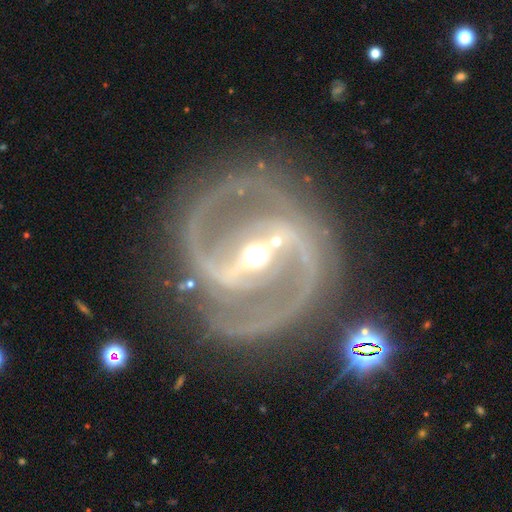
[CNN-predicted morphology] Smooth or featured?
  - featured or disk: 92% *
  - star or artifact: 5%
  - smooth: 3%
Edge-on disk?
  - no: 97% *
  - yes: 3%
Bar?
  - strong: 66% *
  - weak: 25%
  - no: 9%
Spiral arms?
  - yes: 97% *
  - no: 3%
Spiral winding?
  - medium: 53% *
  - tight: 37%
  - loose: 10%
Spiral arm count?
  - 2: 90% *
  - 3: 4%
  - can't tell: 3%
  - 1: 1%
  - 4: 1%
  - more than 4: 1%
Bulge size?
  - moderate: 61% *
  - small: 34%
  - large: 4%
  - none: 1%
  - dominant: 1%
Merging?
  - none: 79% *
  - minor disturbance: 13%
  - major disturbance: 6%
  - merger: 3%